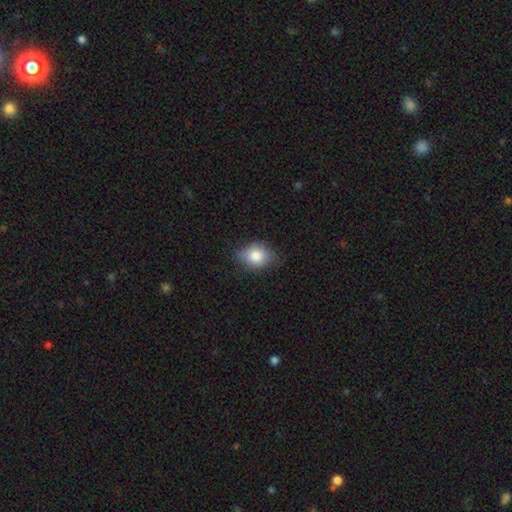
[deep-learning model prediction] A smooth galaxy with no disk features (82%) that is in between round and cigar-shaped (64%). Merging: none (74%).